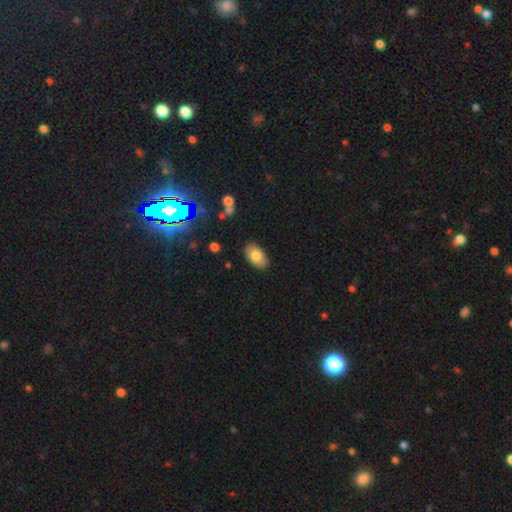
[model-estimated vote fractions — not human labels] Smooth or featured?
  - smooth: 80% *
  - featured or disk: 12%
  - star or artifact: 8%
How rounded?
  - in between: 93% *
  - round: 6%
  - cigar-shaped: 1%
Merging?
  - none: 86% *
  - minor disturbance: 11%
  - major disturbance: 2%
  - merger: 1%